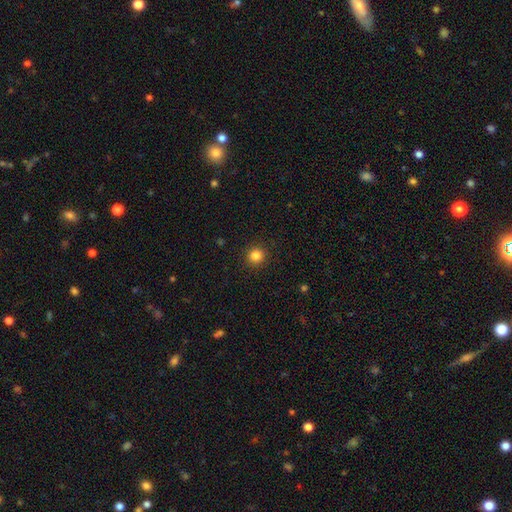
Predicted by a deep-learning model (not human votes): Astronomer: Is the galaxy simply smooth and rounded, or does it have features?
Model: smooth — 84%.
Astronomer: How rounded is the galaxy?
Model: round — 94%.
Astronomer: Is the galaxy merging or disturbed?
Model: none — 92%.